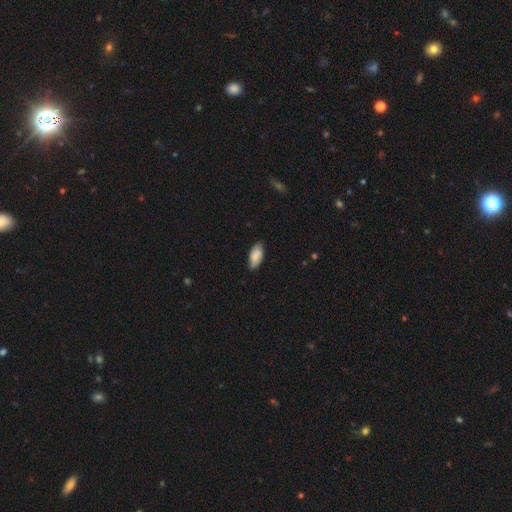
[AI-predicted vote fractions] Smooth or featured: smooth — 80% (featured or disk — 14%)
How rounded: in between — 90% (cigar-shaped — 8%)
Merging: none — 77% (minor disturbance — 19%)